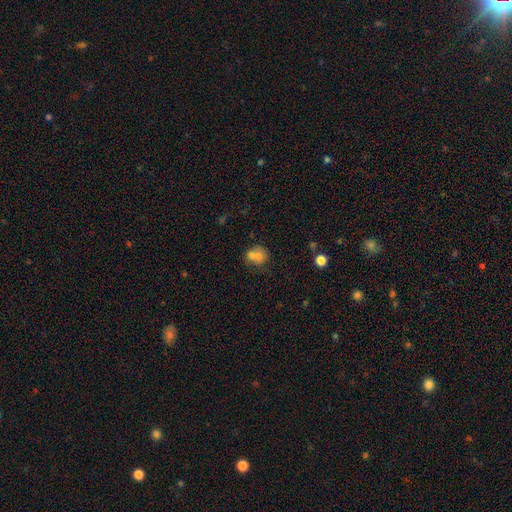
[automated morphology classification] type=smooth (69%); roundness=round (74%); merging=merger (54%).